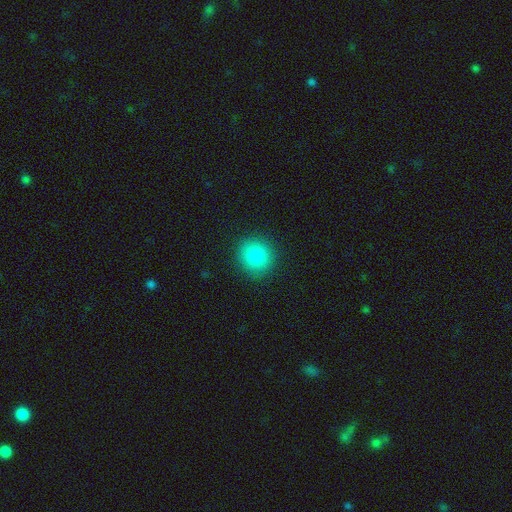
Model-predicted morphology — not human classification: This appears to be a smooth galaxy with no disk features (85%) that is round (88%). Merging: none (90%).